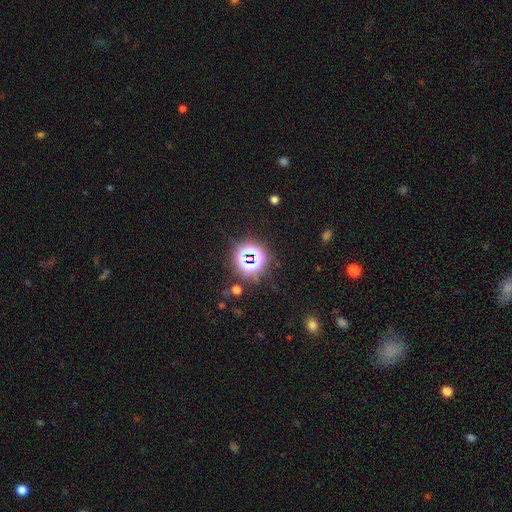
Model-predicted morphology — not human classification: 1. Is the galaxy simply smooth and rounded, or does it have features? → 77% star or artifact, 15% smooth, 8% featured or disk.